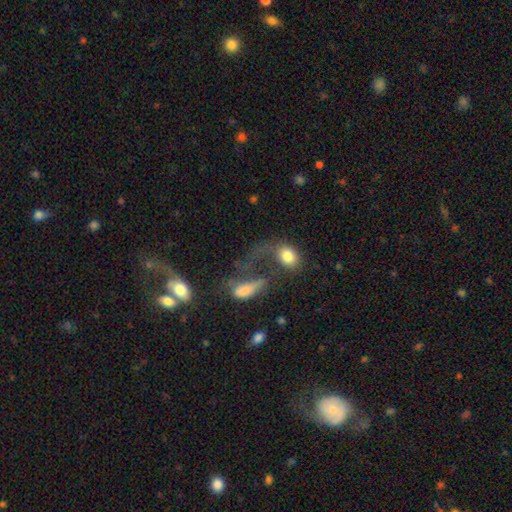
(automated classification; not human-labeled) Q: Smooth or featured?
A: featured or disk (46%); runner-up: smooth (31%)
Q: Merging?
A: merger (52%); runner-up: none (20%)